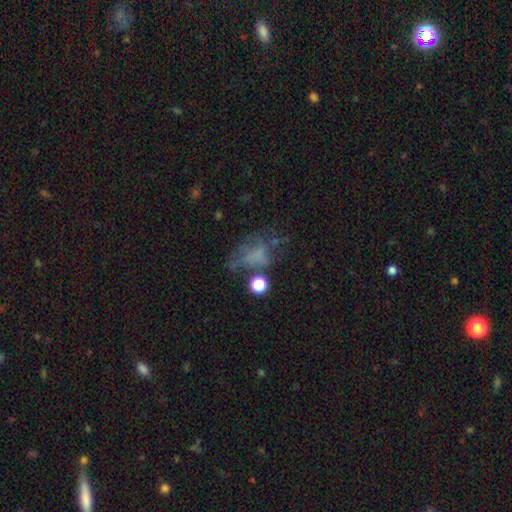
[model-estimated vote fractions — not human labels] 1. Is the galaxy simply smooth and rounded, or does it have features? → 46% smooth, 31% featured or disk, 23% star or artifact.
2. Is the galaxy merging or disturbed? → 37% none, 34% major disturbance, 20% minor disturbance, 9% merger.